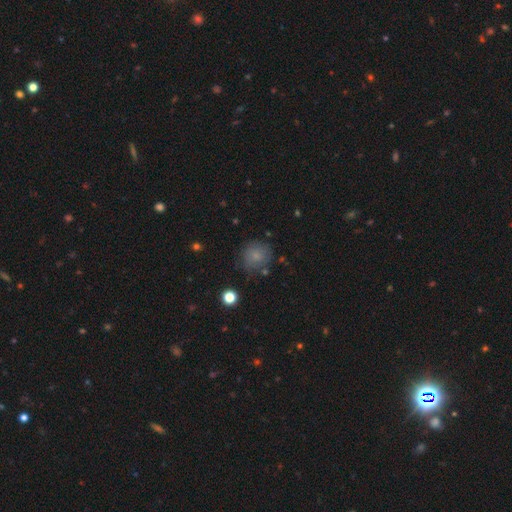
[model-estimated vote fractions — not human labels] This appears to be a smooth galaxy with no disk features (78%) that is round (89%). Merging: none (73%).